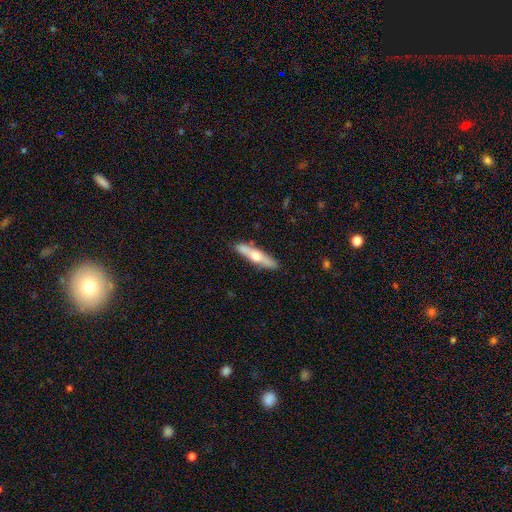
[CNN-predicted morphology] A featured or disk galaxy (50%). Merging: none (86%).